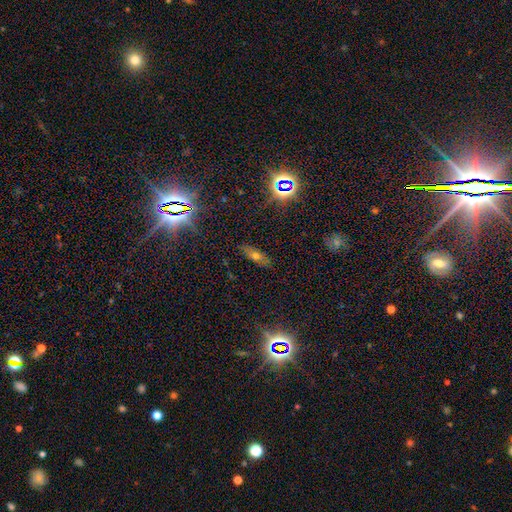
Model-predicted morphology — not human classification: Q: Smooth or featured?
A: smooth (53%); runner-up: featured or disk (25%)
Q: How rounded?
A: in between (63%); runner-up: cigar-shaped (31%)
Q: Merging?
A: none (84%); runner-up: minor disturbance (11%)